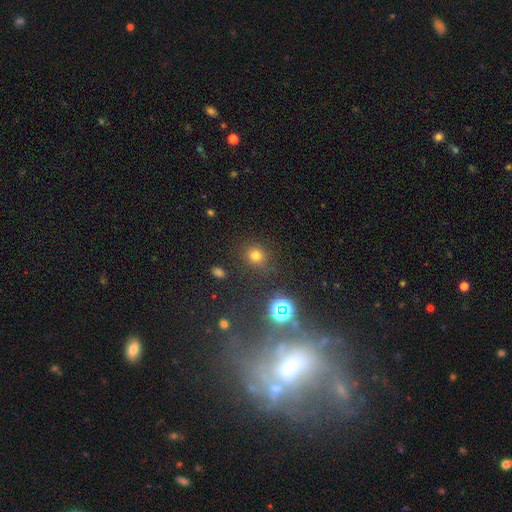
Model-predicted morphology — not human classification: The model was most divided on "smooth or featured": smooth: 70%, star or artifact: 23%, featured or disk: 7%. More confident: how rounded — round (86%); merging — none (82%).